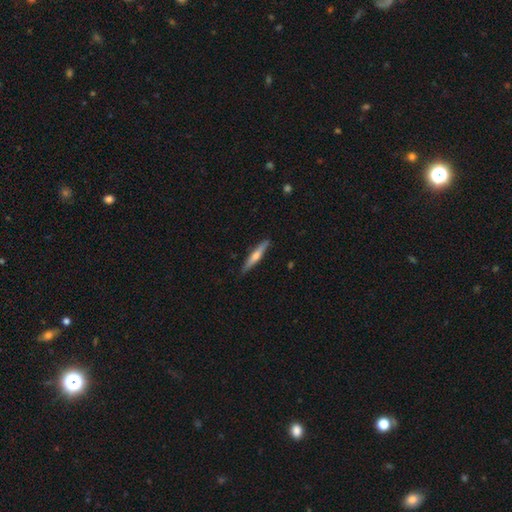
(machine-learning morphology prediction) Smooth or featured?
  - featured or disk: 53% *
  - smooth: 41%
  - star or artifact: 6%
Edge-on disk?
  - yes: 96% *
  - no: 4%
Edge-on bulge?
  - rounded: 82% *
  - none: 13%
  - boxy: 6%
Merging?
  - none: 89% *
  - minor disturbance: 8%
  - major disturbance: 1%
  - merger: 1%